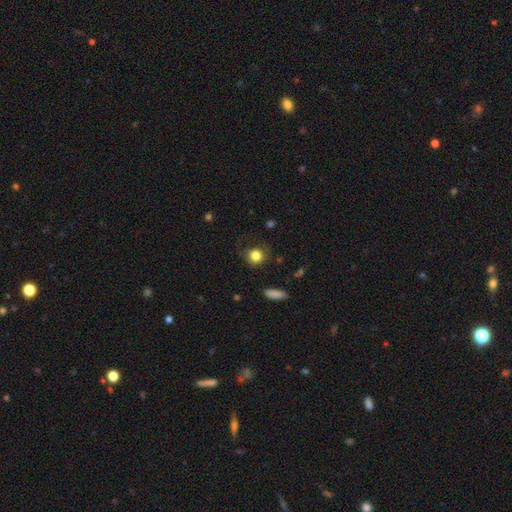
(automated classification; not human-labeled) This appears to be a smooth galaxy with no disk features (83%) that is round (86%). Merging: none (78%).